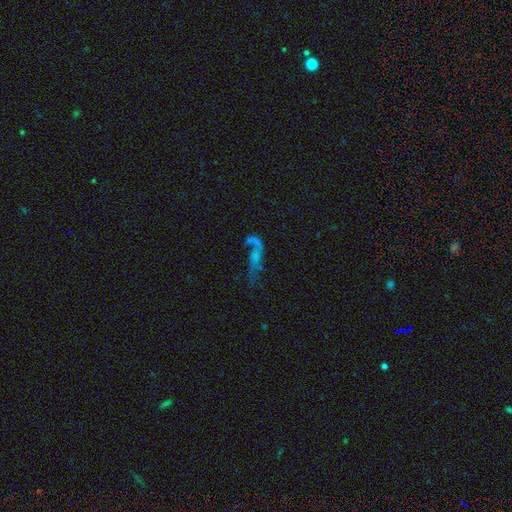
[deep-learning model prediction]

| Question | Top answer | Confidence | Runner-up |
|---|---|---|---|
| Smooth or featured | featured or disk | 62% | smooth (23%) |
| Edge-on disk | no | 87% | yes (13%) |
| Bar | no | 73% | weak (21%) |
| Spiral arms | yes | 69% | no (31%) |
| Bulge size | small | 39% | none (38%) |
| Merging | major disturbance | 35% | none (34%) |